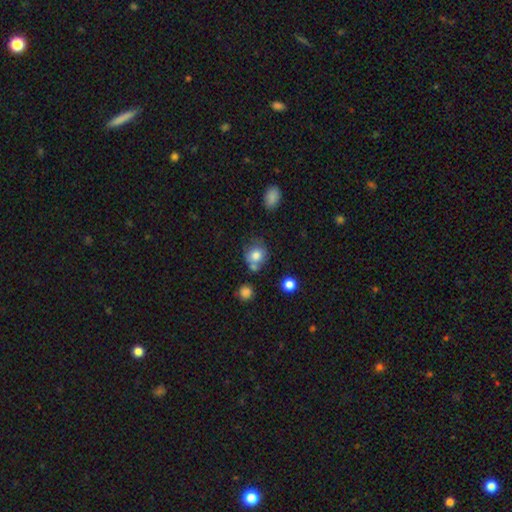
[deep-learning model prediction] A smooth galaxy with no disk features (78%) that is round (78%).

Vote fractions:
- Smooth or featured? smooth: 78% / featured or disk: 11% / star or artifact: 11%
- How rounded? round: 78% / in between: 21% / cigar-shaped: 1%
- Merging? none: 56% / merger: 21% / minor disturbance: 17% / major disturbance: 6%